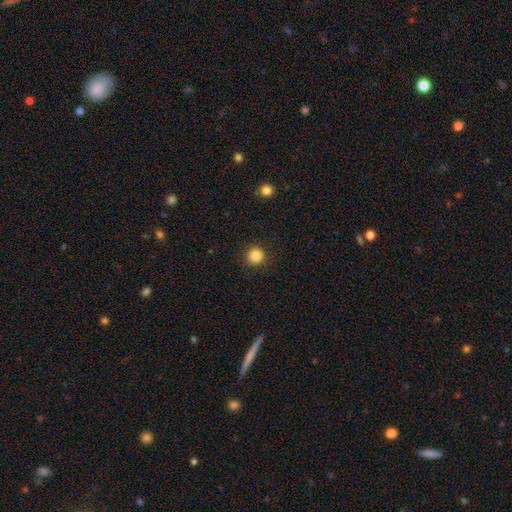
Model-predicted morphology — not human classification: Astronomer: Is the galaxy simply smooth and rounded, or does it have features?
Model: smooth — 85%.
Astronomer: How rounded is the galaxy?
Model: round — 91%.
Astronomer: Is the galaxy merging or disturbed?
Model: none — 91%.